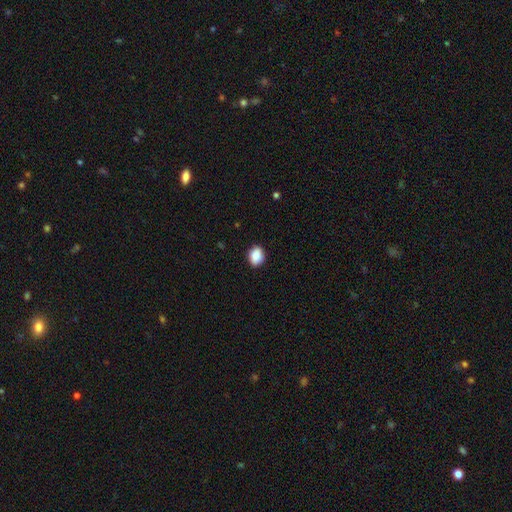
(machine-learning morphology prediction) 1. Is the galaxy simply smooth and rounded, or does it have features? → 85% smooth, 8% star or artifact, 7% featured or disk.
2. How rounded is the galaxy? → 53% in between, 46% round, 1% cigar-shaped.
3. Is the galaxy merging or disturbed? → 88% none, 9% minor disturbance, 2% major disturbance, 1% merger.